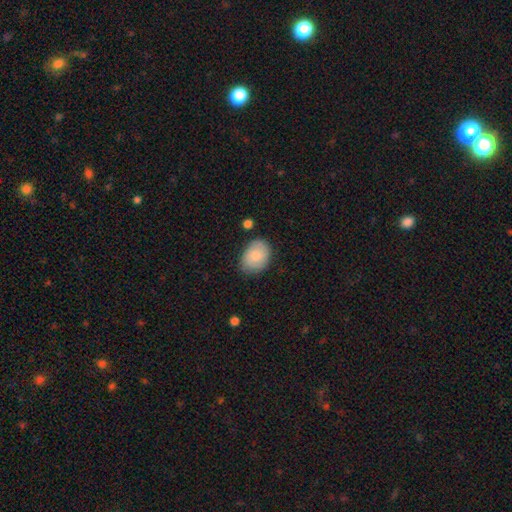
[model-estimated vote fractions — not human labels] Overall: smooth (81%). How rounded: in between (72%). Merging: none (72%).